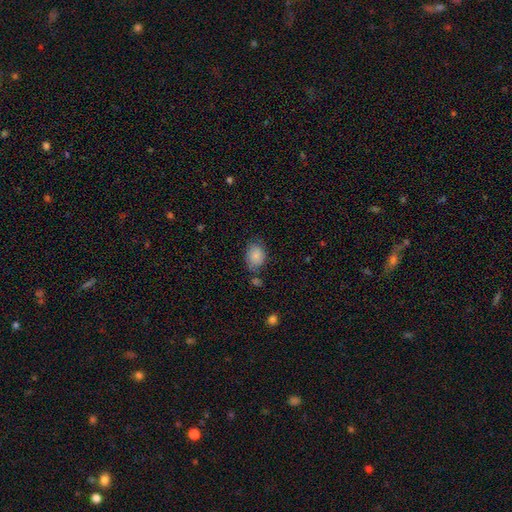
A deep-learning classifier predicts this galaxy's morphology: Smooth or featured?
  - smooth: 85% *
  - star or artifact: 8%
  - featured or disk: 7%
How rounded?
  - in between: 71% *
  - round: 28%
  - cigar-shaped: 1%
Merging?
  - none: 69% *
  - minor disturbance: 19%
  - merger: 7%
  - major disturbance: 5%